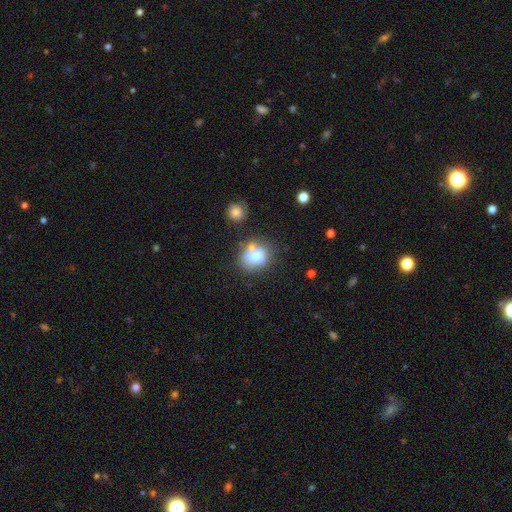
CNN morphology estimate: Overall: smooth (71%). How rounded: round (56%; in between 43%). Merging: none (47%; merger 28%).